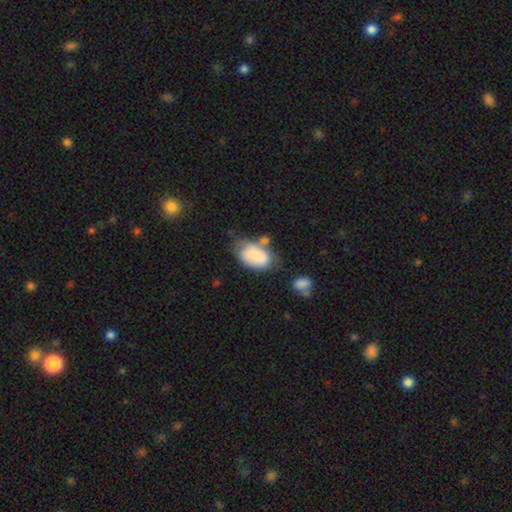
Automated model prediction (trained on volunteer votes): smooth-or-featured: smooth: 75% | featured or disk: 19% | star or artifact: 7%
  how-rounded: in between: 91% | round: 8% | cigar-shaped: 1%
  merging: none: 43% | minor disturbance: 28% | merger: 17% | major disturbance: 12%